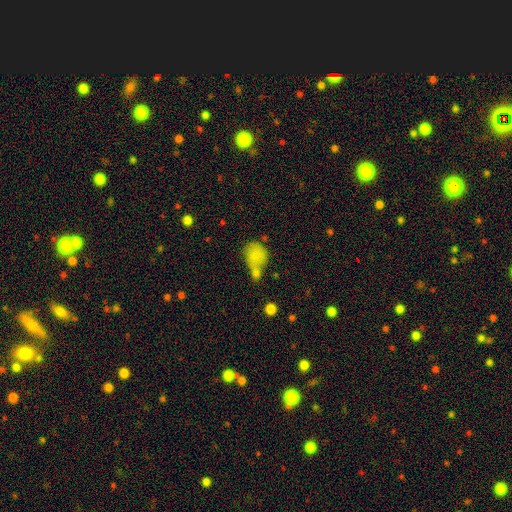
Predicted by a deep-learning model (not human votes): Smooth or featured: smooth — 78% (featured or disk — 12%)
How rounded: round — 58% (in between — 41%)
Merging: merger — 43% (none — 34%)